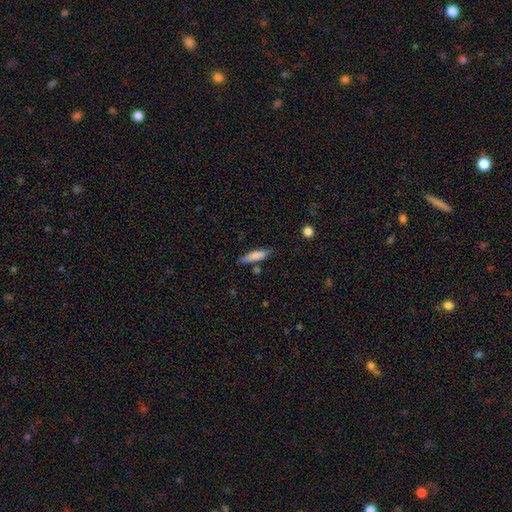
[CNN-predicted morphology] Smooth or featured? Predicted: smooth (p=0.82). How rounded? Predicted: cigar-shaped (p=0.54). Merging? Predicted: none (p=0.69).